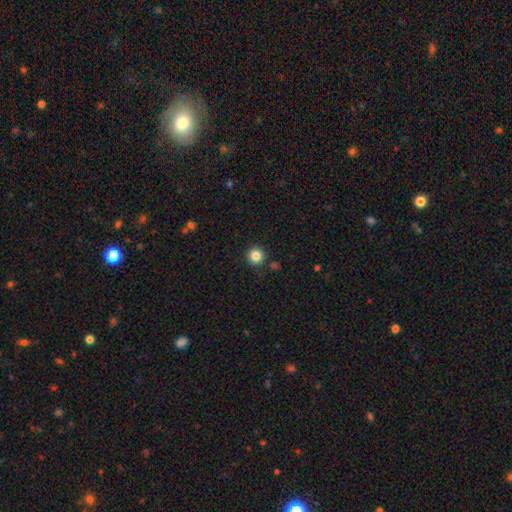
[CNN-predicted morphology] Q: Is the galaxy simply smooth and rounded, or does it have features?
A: smooth — 84%.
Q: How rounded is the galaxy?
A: round — 95%.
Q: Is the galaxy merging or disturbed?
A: none — 89%.